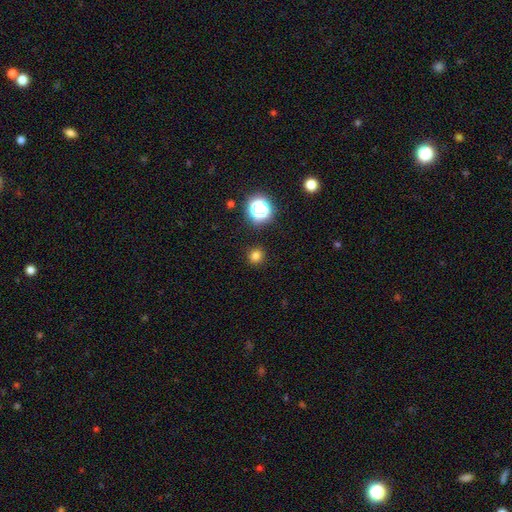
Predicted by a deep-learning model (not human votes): Smooth or featured?
  - smooth: 78% *
  - star or artifact: 17%
  - featured or disk: 5%
How rounded?
  - round: 90% *
  - in between: 9%
  - cigar-shaped: 1%
Merging?
  - none: 91% *
  - minor disturbance: 6%
  - major disturbance: 2%
  - merger: 1%